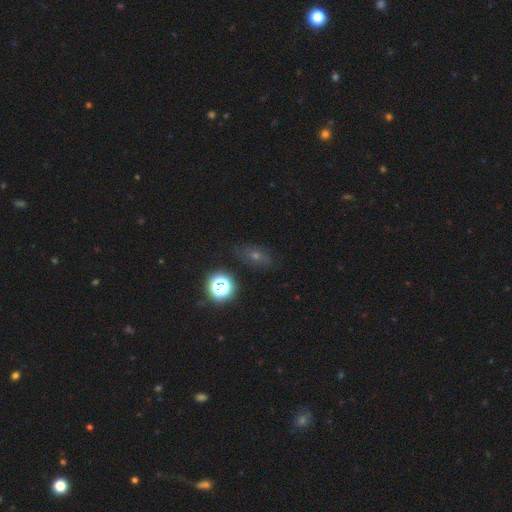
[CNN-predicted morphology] The model was most divided on "smooth or featured": smooth: 42%, star or artifact: 38%, featured or disk: 20%. More confident: merging — none (79%).